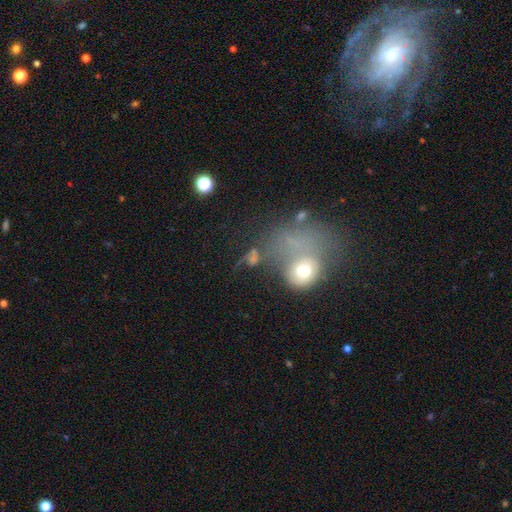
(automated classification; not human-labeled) Smooth or featured?
  - smooth: 50% *
  - featured or disk: 28%
  - star or artifact: 22%
How rounded?
  - in between: 49% *
  - round: 48%
  - cigar-shaped: 3%
Merging?
  - major disturbance: 41% *
  - merger: 27%
  - none: 19%
  - minor disturbance: 13%